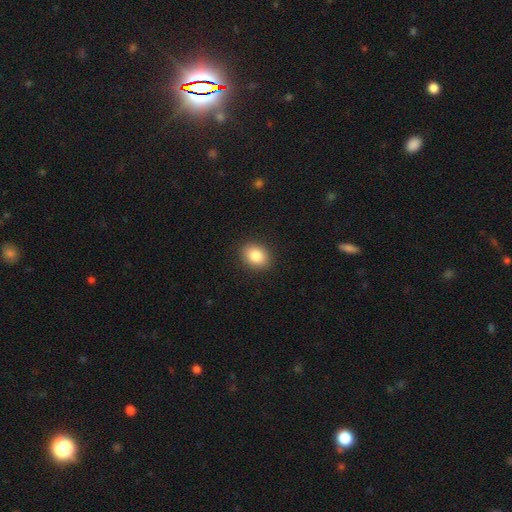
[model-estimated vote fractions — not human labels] The model was most divided on "how rounded": in between: 63%, round: 36%, cigar-shaped: 1%. More confident: merging — none (89%); smooth or featured — smooth (86%).